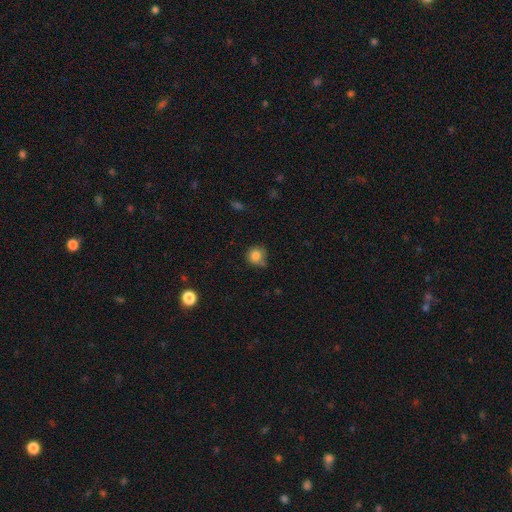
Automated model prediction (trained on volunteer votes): This is clearly a smooth galaxy (83%). How rounded: clearly round (89%). Merging: likely none (69%).